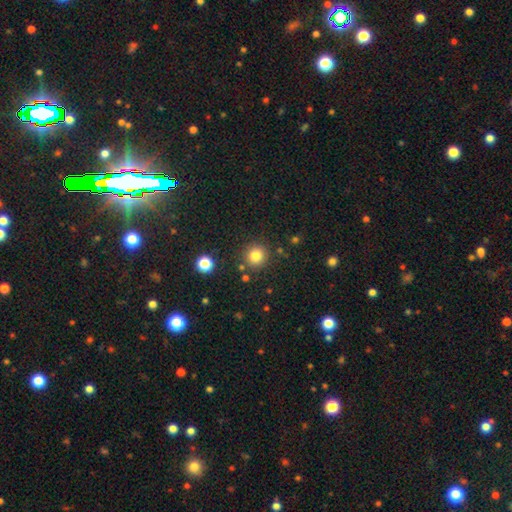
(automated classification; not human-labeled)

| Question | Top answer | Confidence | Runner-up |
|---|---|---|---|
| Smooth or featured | smooth | 82% | star or artifact (13%) |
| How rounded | round | 93% | in between (6%) |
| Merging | none | 87% | minor disturbance (7%) |